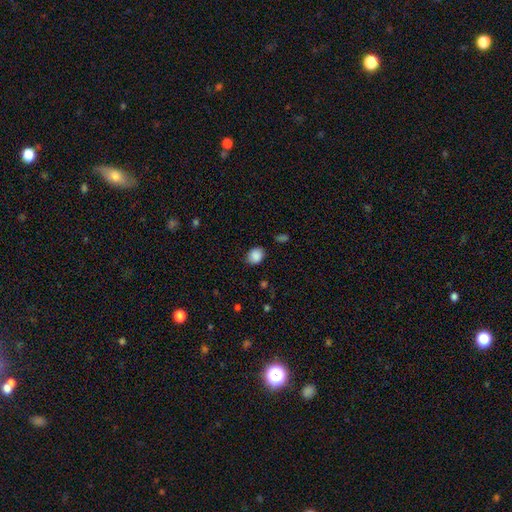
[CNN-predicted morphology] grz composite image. It shows a smooth galaxy with no disk features (88%) that is in between round and cigar-shaped (51%). Merging: none (82%).